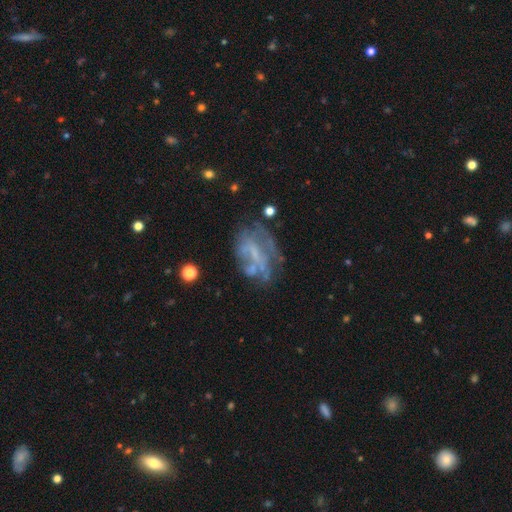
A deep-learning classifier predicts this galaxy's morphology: Q: Smooth or featured?
A: featured or disk (64%); runner-up: smooth (23%)
Q: Edge-on disk?
A: no (96%); runner-up: yes (4%)
Q: Bar?
A: no (63%); runner-up: weak (26%)
Q: Spiral arms?
A: no (66%); runner-up: yes (34%)
Q: Bulge size?
A: none (52%); runner-up: small (30%)
Q: Merging?
A: none (43%); runner-up: major disturbance (27%)